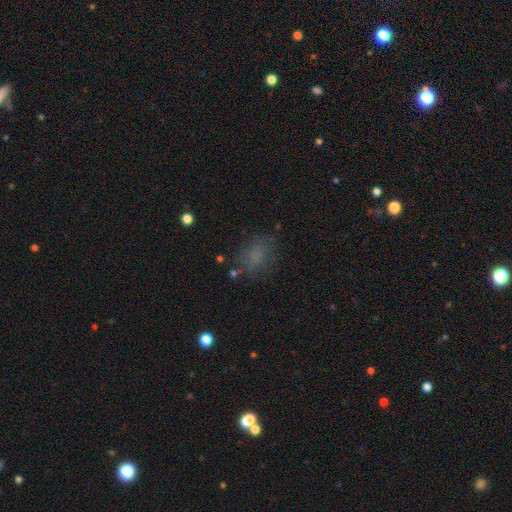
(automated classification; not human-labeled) This appears to be a smooth galaxy with no disk features (70%) that is in between round and cigar-shaped (68%). Merging: none (69%).